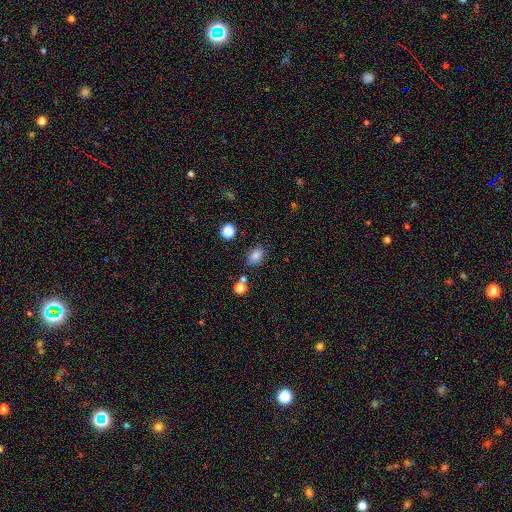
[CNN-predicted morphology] smooth_or_featured: smooth (p=0.80) [alt: star or artifact p=0.12]
how_rounded: in between (p=0.79) [alt: round p=0.20]
merging: none (p=0.77) [alt: minor disturbance p=0.14]